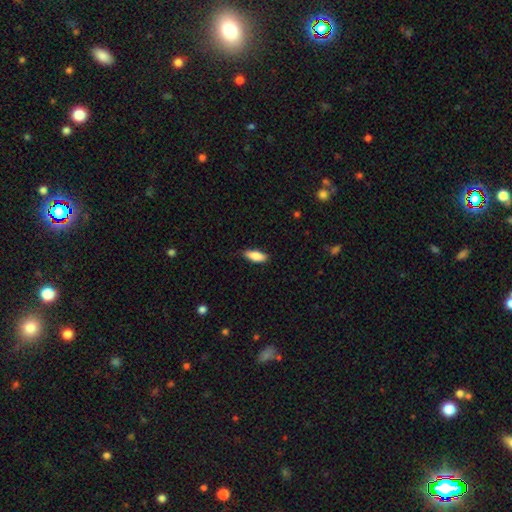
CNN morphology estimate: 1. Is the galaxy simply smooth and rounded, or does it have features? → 84% smooth, 10% featured or disk, 6% star or artifact.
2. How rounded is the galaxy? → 72% in between, 26% cigar-shaped, 2% round.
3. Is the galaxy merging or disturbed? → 83% none, 14% minor disturbance, 2% major disturbance, 1% merger.